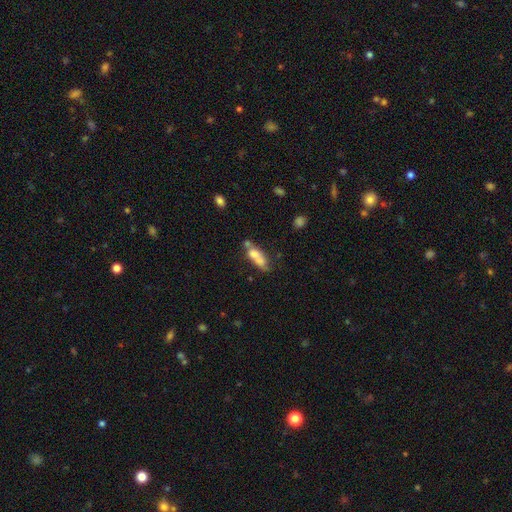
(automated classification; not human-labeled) smooth_or_featured: smooth (p=0.62) [alt: featured or disk p=0.28]
how_rounded: in between (p=0.68) [alt: cigar-shaped p=0.26]
merging: merger (p=0.42) [alt: none p=0.30]